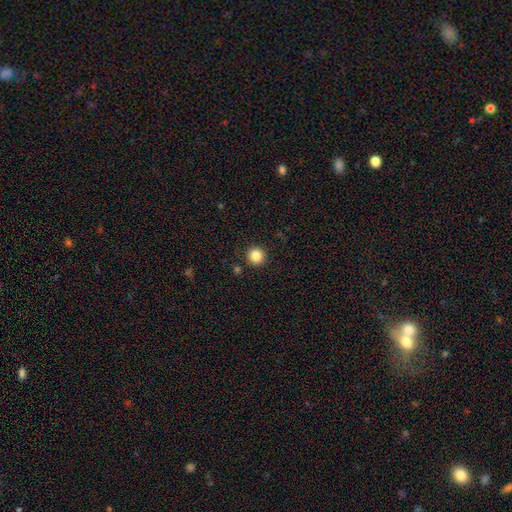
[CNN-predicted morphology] This appears to be a smooth galaxy with no disk features (85%) that is round (94%). Merging: none (91%).